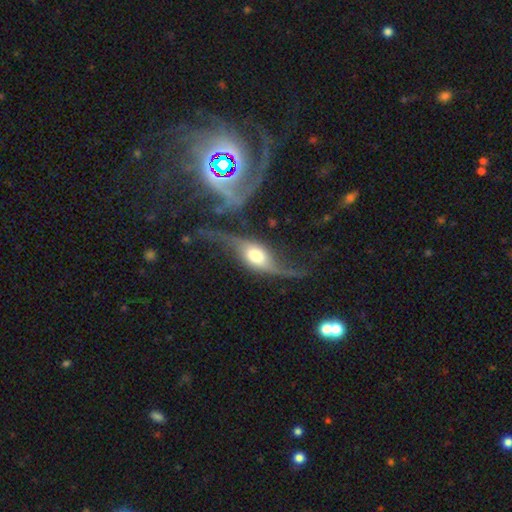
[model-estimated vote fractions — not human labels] This is likely a featured or disk galaxy (77%). It is likely not viewed edge-on (73%). Bar: possibly no (54%). Spiral arm pattern: clearly yes (88%). Central bulge: marginally large (39%). Merging: marginally none (45%).